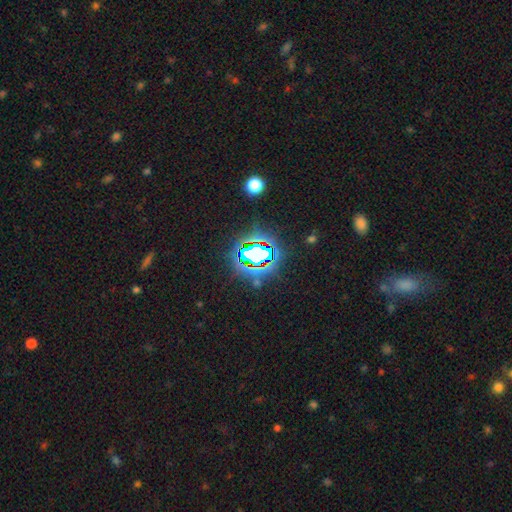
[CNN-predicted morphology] Smooth or featured: star or artifact — 69% (smooth — 19%)